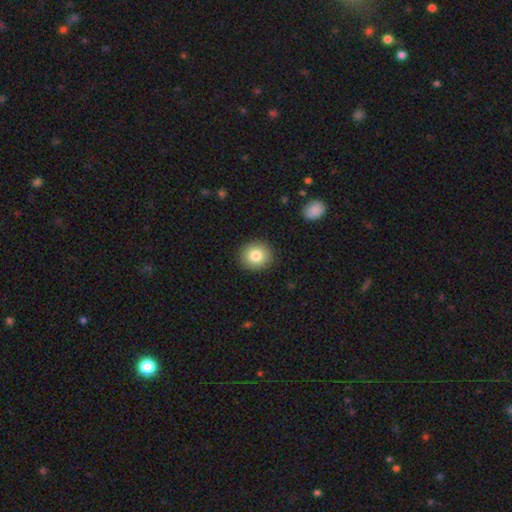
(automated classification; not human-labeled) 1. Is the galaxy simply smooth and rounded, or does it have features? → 81% smooth, 10% featured or disk, 9% star or artifact.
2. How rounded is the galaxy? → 85% round, 14% in between, 1% cigar-shaped.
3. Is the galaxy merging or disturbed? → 91% none, 6% minor disturbance, 2% major disturbance, 1% merger.